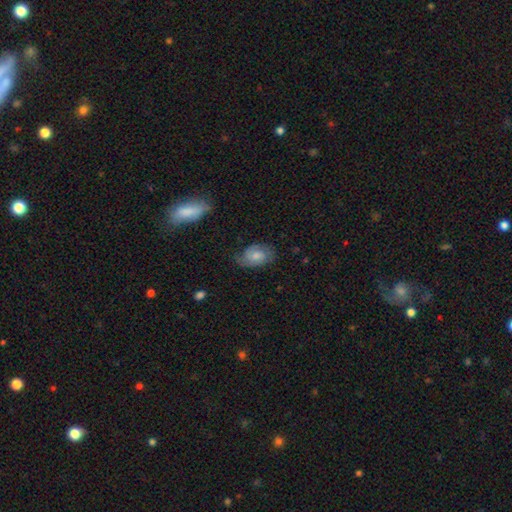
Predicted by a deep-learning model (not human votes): Smooth or featured: featured or disk — 54% (smooth — 39%)
Edge-on disk: no — 96% (yes — 4%)
Bar: no — 58% (weak — 37%)
Spiral arms: yes — 88% (no — 12%)
Bulge size: moderate — 45% (small — 34%)
Merging: none — 63% (minor disturbance — 26%)